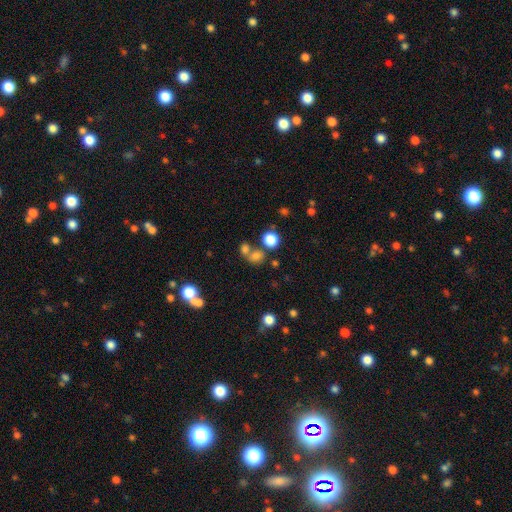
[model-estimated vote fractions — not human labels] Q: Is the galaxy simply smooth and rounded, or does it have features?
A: smooth — 73%.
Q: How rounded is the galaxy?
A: round — 68%.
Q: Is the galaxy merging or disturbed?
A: none — 51%.